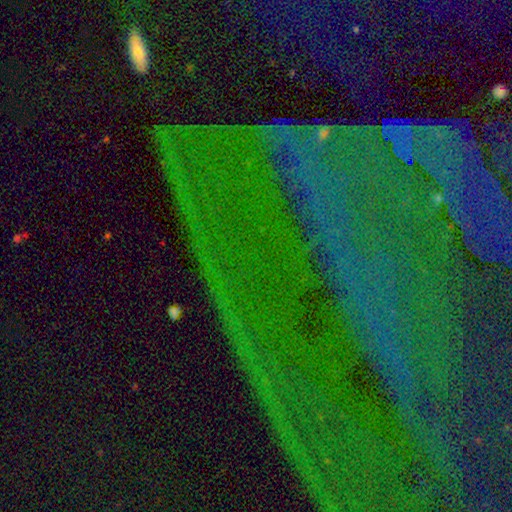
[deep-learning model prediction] A star or artifact, not a galaxy (82%).

Vote fractions:
- Smooth or featured? star or artifact: 82% / featured or disk: 11% / smooth: 8%